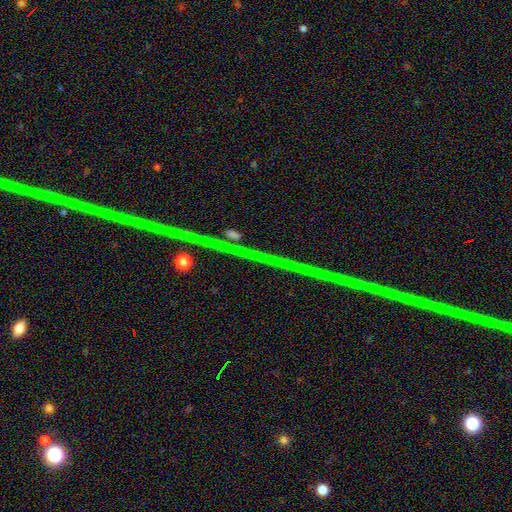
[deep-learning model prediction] Smooth or featured? star or artifact (73%)